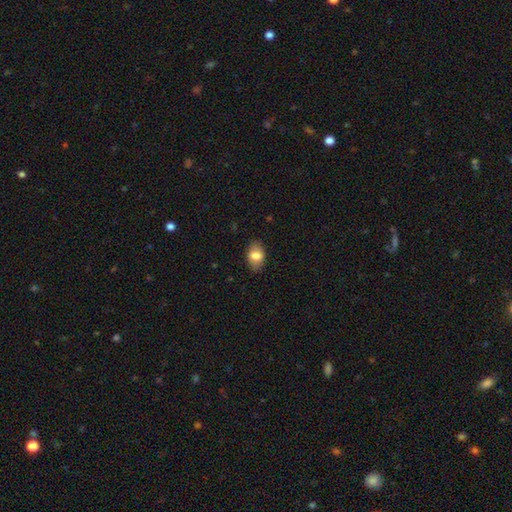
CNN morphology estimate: This appears to be a smooth galaxy with no disk features (77%) that is in between round and cigar-shaped (86%). Merging: none (84%).